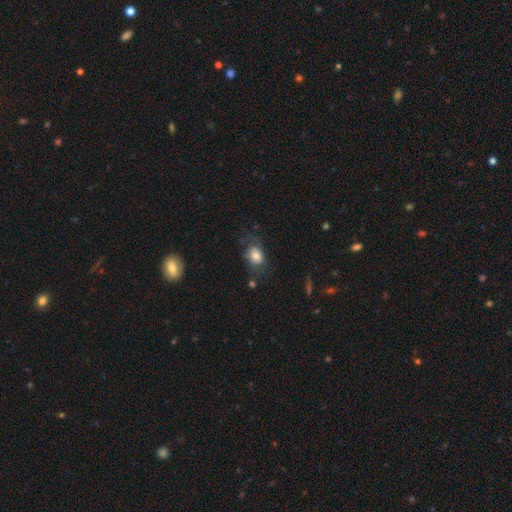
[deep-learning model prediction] A smooth galaxy with no disk features (72%) that is in between round and cigar-shaped (63%).

Vote fractions:
- Smooth or featured? smooth: 72% / featured or disk: 19% / star or artifact: 9%
- How rounded? in between: 63% / round: 36% / cigar-shaped: 2%
- Merging? none: 55% / minor disturbance: 25% / major disturbance: 18% / merger: 3%